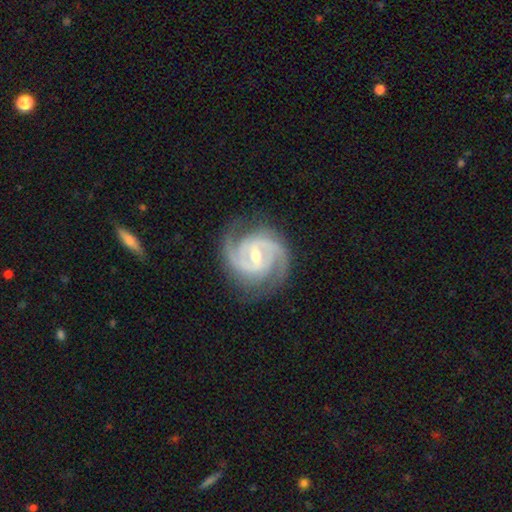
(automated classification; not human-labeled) The model was most divided on "spiral winding": tight: 56%, medium: 39%, loose: 5%. More confident: spiral arms — yes (99%); edge-on disk — no (98%); smooth or featured — featured or disk (93%); merging — none (80%); bulge size — moderate (63%); spiral arm count — 2 (56%); bar — weak (51%).